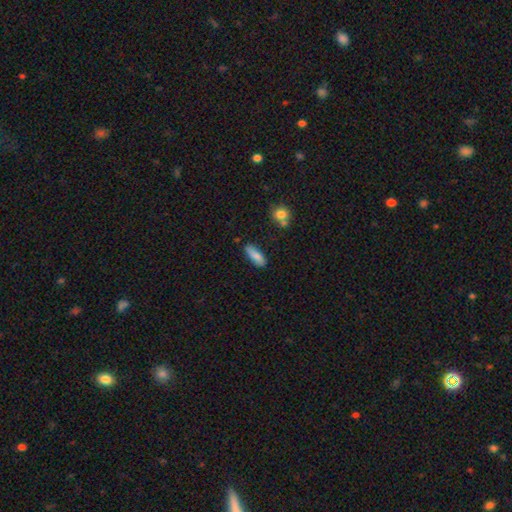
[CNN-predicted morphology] Smooth or featured: smooth — 80% (featured or disk — 13%)
How rounded: in between — 62% (cigar-shaped — 36%)
Merging: none — 75% (minor disturbance — 18%)